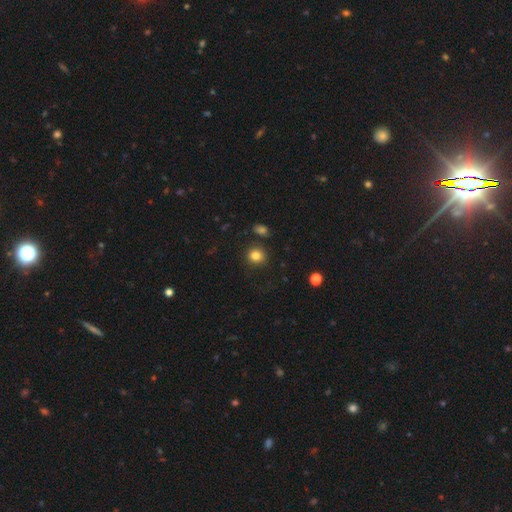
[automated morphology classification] A smooth galaxy with no disk features (83%) that is round (83%).

Vote fractions:
- Smooth or featured? smooth: 83% / star or artifact: 11% / featured or disk: 6%
- How rounded? round: 83% / in between: 16% / cigar-shaped: 1%
- Merging? none: 83% / minor disturbance: 10% / merger: 4% / major disturbance: 3%